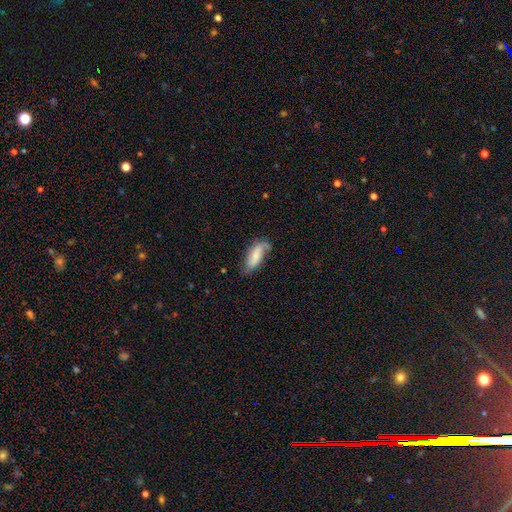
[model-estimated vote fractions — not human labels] Smooth or featured: smooth — 58% (featured or disk — 35%)
How rounded: in between — 76% (cigar-shaped — 22%)
Merging: none — 51% (minor disturbance — 32%)